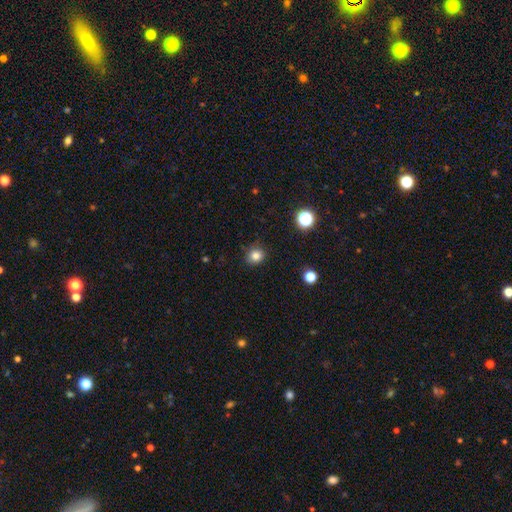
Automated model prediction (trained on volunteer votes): Smooth or featured? smooth (82%)
How rounded? round (81%)
Merging? none (86%)